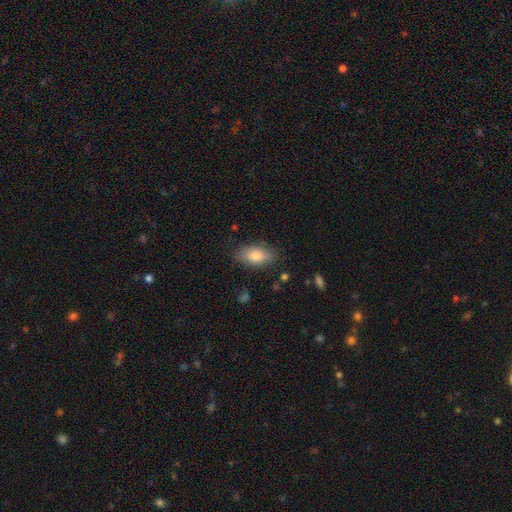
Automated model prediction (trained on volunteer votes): Morphology: type=smooth (80%); roundness=in between (89%); merging=none (82%).